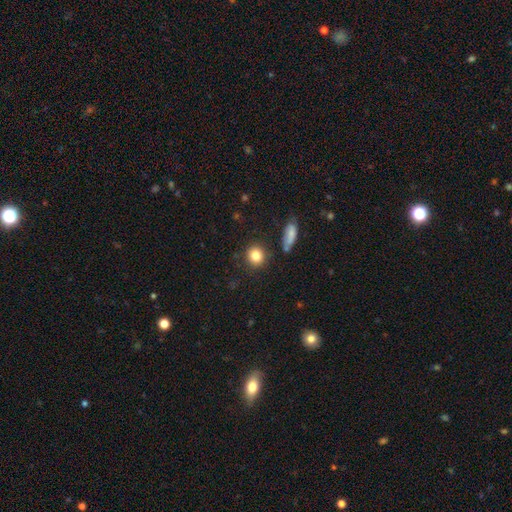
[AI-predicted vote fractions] smooth 83%, star or artifact 10%, featured or disk 7%. Down the decision tree: how rounded — round (84%); merging — none (84%).